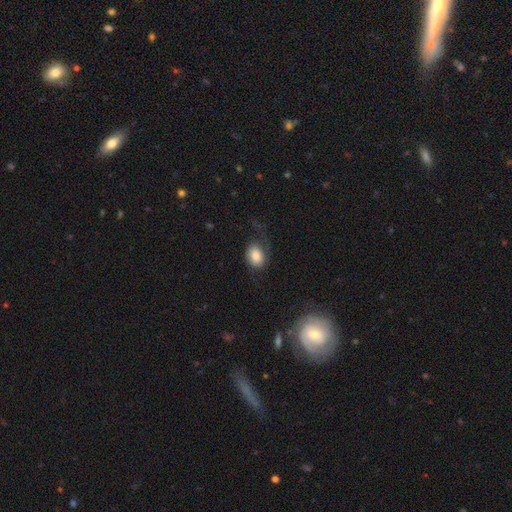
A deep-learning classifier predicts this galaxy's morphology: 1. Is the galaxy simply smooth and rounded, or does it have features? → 75% smooth, 17% featured or disk, 8% star or artifact.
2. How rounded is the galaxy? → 70% in between, 28% round, 1% cigar-shaped.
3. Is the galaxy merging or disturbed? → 49% none, 26% major disturbance, 23% minor disturbance, 2% merger.